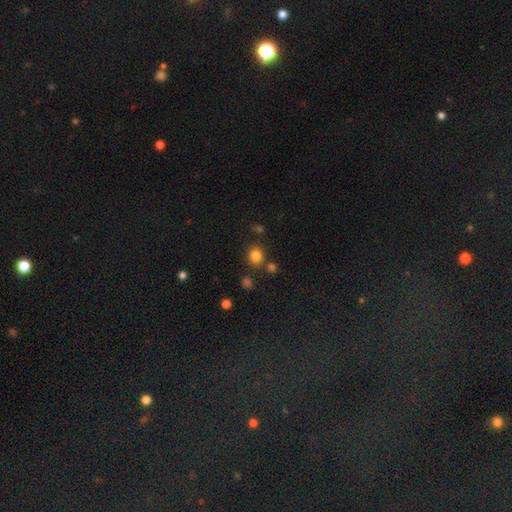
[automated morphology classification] smooth 82%, star or artifact 13%, featured or disk 5%. Down the decision tree: how rounded — round (79%); merging — none (80%).